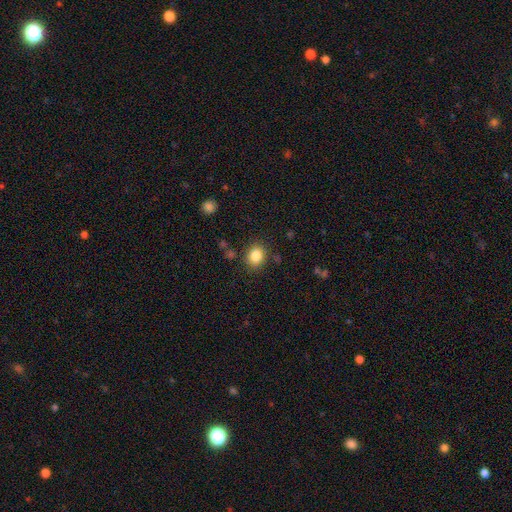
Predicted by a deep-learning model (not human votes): smooth_or_featured: smooth (p=0.84) [alt: star or artifact p=0.10]
how_rounded: round (p=0.64) [alt: in between p=0.35]
merging: none (p=0.84) [alt: minor disturbance p=0.10]